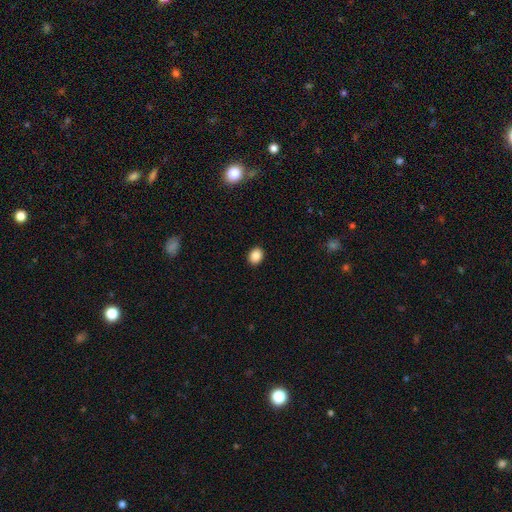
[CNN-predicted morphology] Overall: smooth (88%). How rounded: round (53%; in between 46%). Merging: none (92%).